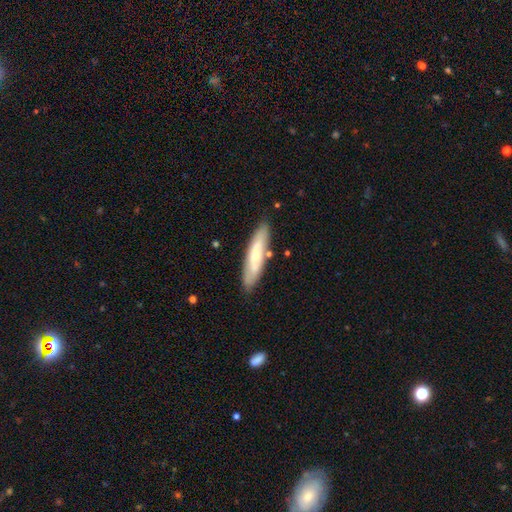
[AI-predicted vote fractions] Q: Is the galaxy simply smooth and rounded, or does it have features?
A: smooth — 48%.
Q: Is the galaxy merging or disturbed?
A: none — 81%.